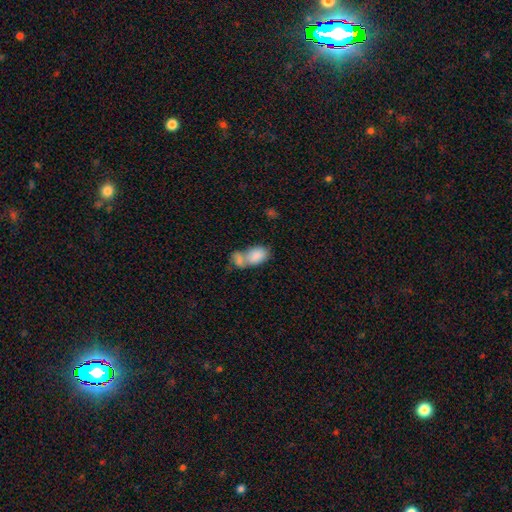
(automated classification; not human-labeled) smooth_or_featured: smooth (p=0.83) [alt: featured or disk p=0.11]
how_rounded: in between (p=0.90) [alt: round p=0.08]
merging: merger (p=0.67) [alt: none p=0.20]